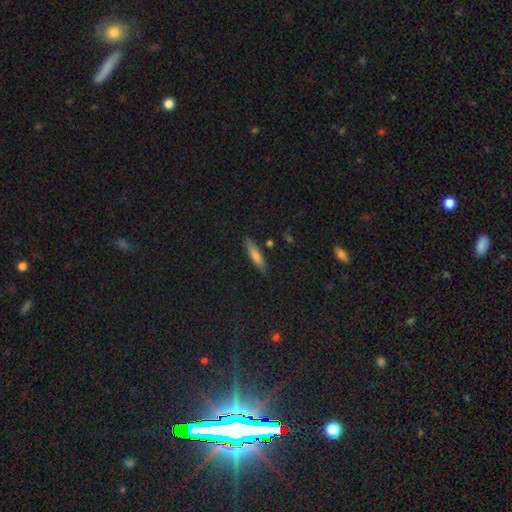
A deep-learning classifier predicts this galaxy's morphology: Smooth or featured? smooth (75%)
How rounded? cigar-shaped (76%)
Merging? none (85%)